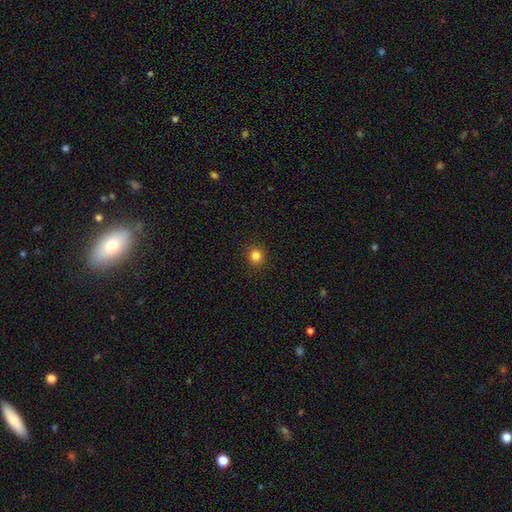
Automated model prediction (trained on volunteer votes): Morphology: type=smooth (83%); roundness=round (91%); merging=none (92%).